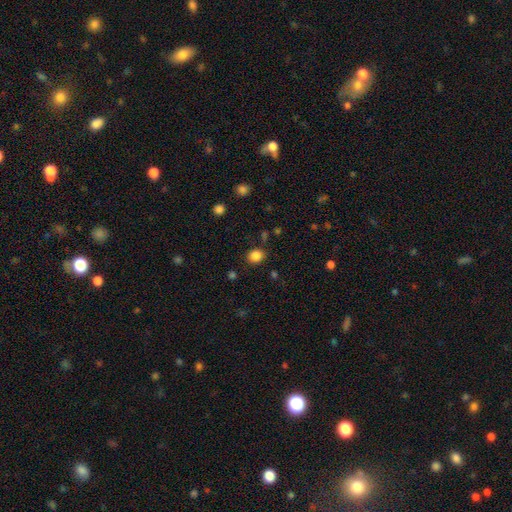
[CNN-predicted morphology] The model was most divided on "how rounded": round: 71%, in between: 28%, cigar-shaped: 1%. More confident: smooth or featured — smooth (85%); merging — none (84%).